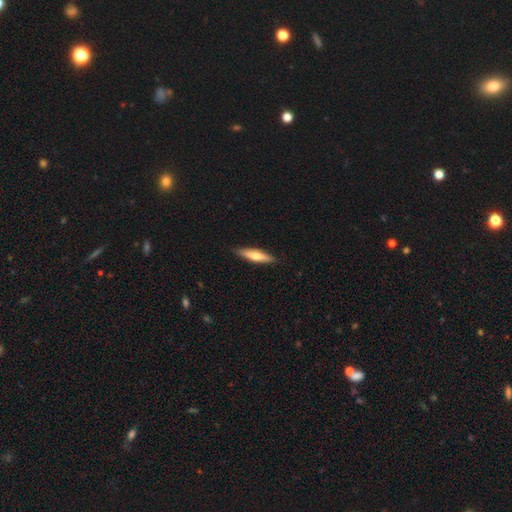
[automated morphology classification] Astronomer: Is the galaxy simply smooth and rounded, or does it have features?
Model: smooth — 58% (runner-up: featured or disk, 36%).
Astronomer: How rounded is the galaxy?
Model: cigar-shaped — 78%.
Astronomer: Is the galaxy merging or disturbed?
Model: none — 88%.